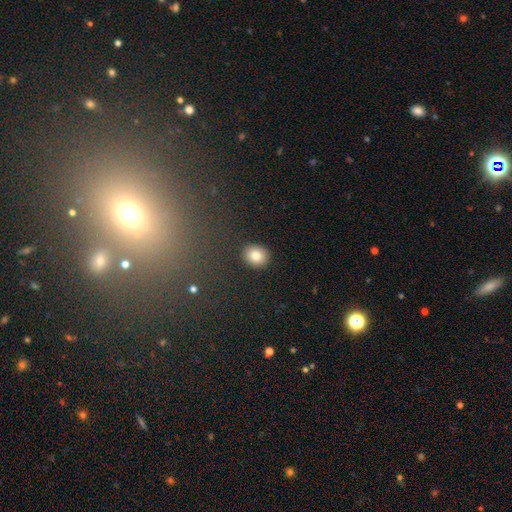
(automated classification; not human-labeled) smooth 84%, star or artifact 9%, featured or disk 7%. Down the decision tree: how rounded — round (72%); merging — none (91%).